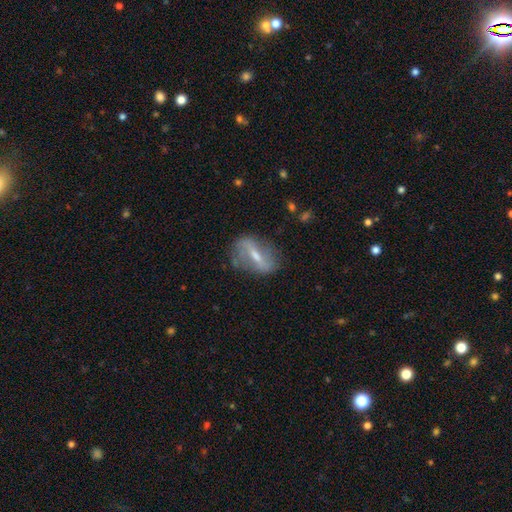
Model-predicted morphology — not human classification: A featured or disk galaxy (68%) with a strong bar (55%), spiral arms (59%) and a moderate central bulge (46%).

Vote fractions:
- Smooth or featured? featured or disk: 68% / smooth: 23% / star or artifact: 9%
- Edge-on disk? no: 83% / yes: 17%
- Bar? strong: 55% / weak: 33% / no: 12%
- Spiral arms? yes: 59% / no: 41%
- Bulge size? moderate: 46% / small: 45% / none: 6% / large: 3% / dominant: 1%
- Merging? none: 69% / minor disturbance: 20% / major disturbance: 9% / merger: 2%